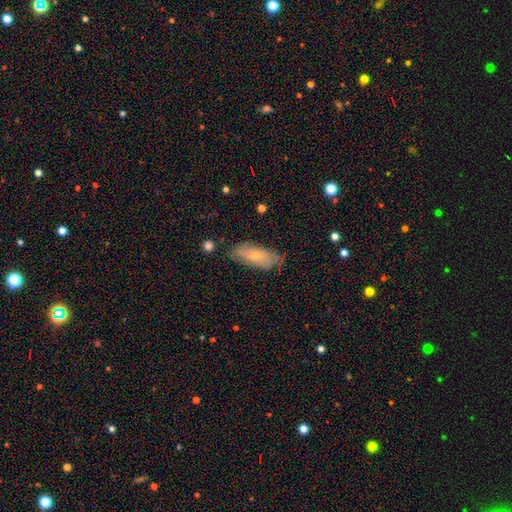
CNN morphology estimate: smooth_or_featured: smooth (p=0.55) [alt: featured or disk p=0.38]
how_rounded: in between (p=0.81) [alt: cigar-shaped p=0.16]
merging: none (p=0.69) [alt: minor disturbance p=0.24]